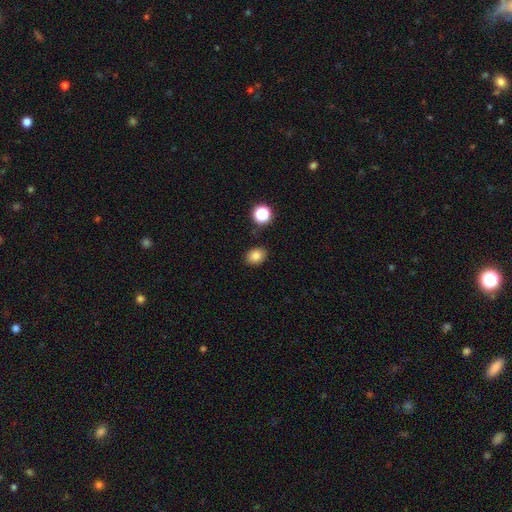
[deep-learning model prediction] smooth 83%, star or artifact 12%, featured or disk 6%. Down the decision tree: how rounded — in between (60%); merging — none (86%).